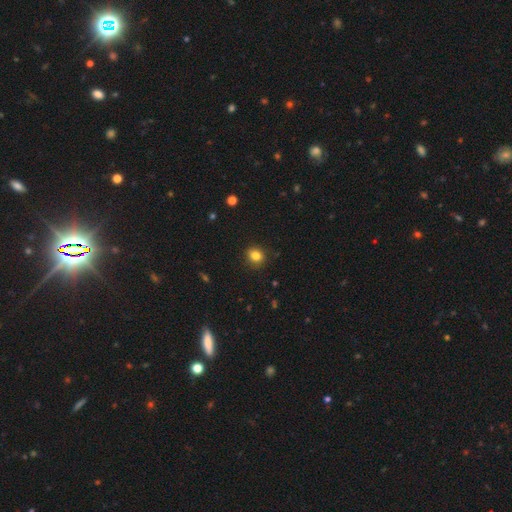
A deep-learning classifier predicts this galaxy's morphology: The model was most divided on "how rounded": round: 70%, in between: 29%, cigar-shaped: 1%. More confident: merging — none (89%); smooth or featured — smooth (83%).